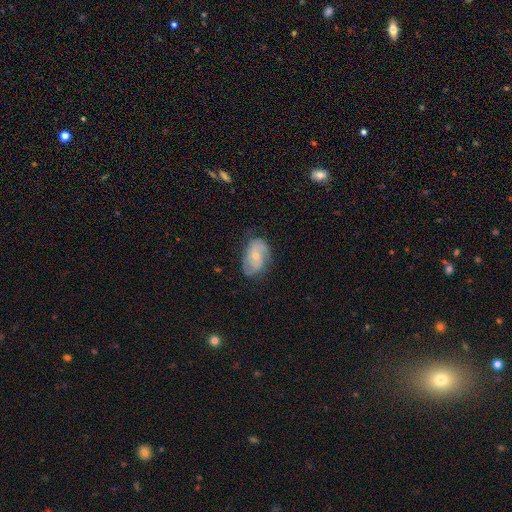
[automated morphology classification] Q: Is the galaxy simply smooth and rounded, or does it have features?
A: featured or disk — 68%.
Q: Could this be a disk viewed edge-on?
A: no — 96%.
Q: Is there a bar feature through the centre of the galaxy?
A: no — 60%.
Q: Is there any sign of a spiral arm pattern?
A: yes — 89%.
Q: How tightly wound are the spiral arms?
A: medium — 44%.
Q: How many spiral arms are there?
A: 2 — 70%.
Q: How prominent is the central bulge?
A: small — 56%.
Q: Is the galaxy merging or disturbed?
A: none — 70%.